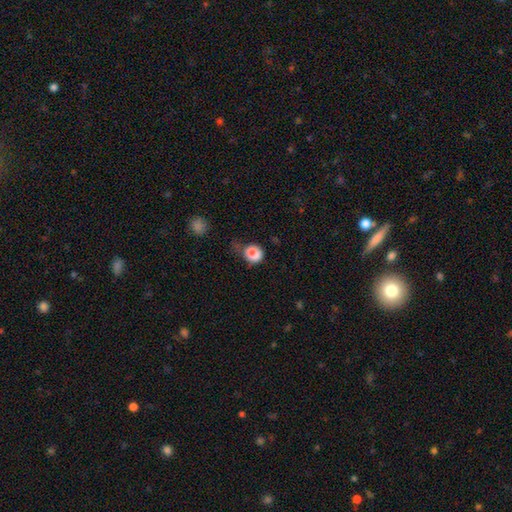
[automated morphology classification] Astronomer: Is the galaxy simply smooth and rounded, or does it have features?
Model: smooth — 79%.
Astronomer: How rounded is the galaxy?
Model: round — 71%.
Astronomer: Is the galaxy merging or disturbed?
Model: minor disturbance — 35% (runner-up: none, 34%).